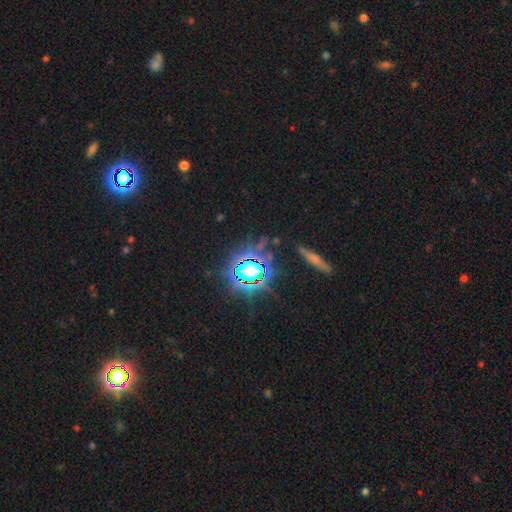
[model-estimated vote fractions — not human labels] A star or artifact, not a galaxy (73%).